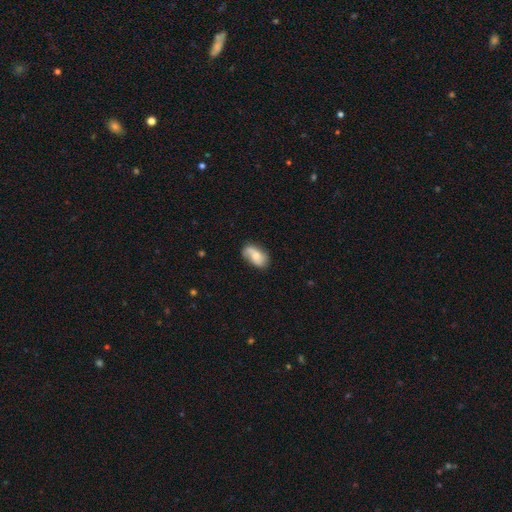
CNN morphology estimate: type=smooth (54%); roundness=in between (90%); merging=none (55%).